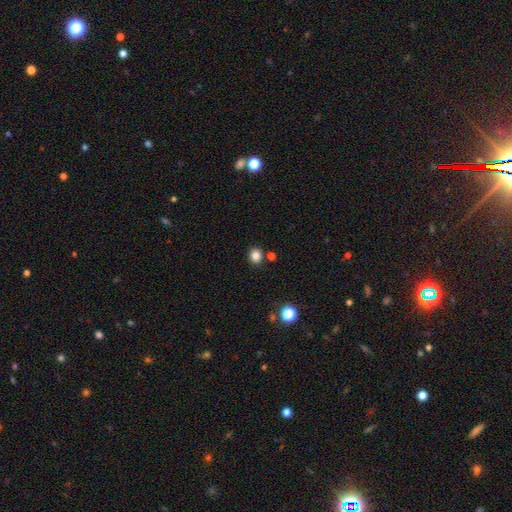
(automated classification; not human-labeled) This is clearly a smooth galaxy (83%). How rounded: likely round (70%). Merging: clearly none (83%).